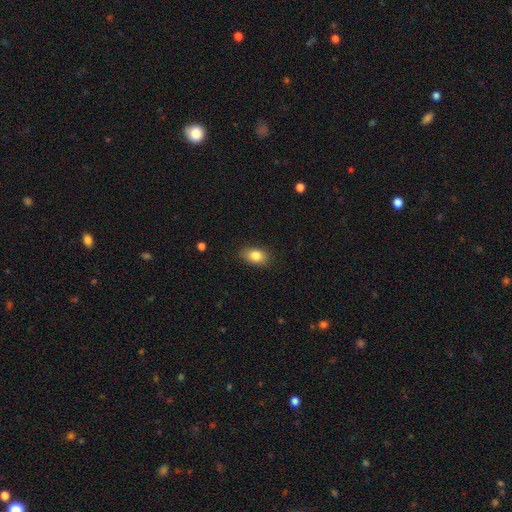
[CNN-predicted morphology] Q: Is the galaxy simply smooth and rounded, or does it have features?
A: smooth — 83%.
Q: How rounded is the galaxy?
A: in between — 84%.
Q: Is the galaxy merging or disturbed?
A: none — 84%.